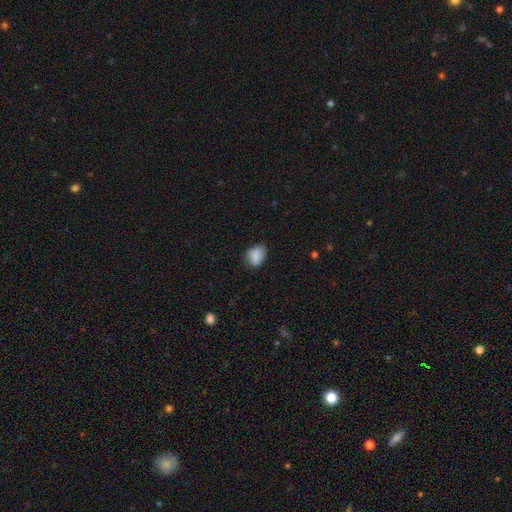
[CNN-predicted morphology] Q: Smooth or featured?
A: smooth (84%); runner-up: star or artifact (8%)
Q: How rounded?
A: in between (62%); runner-up: round (37%)
Q: Merging?
A: none (66%); runner-up: minor disturbance (27%)